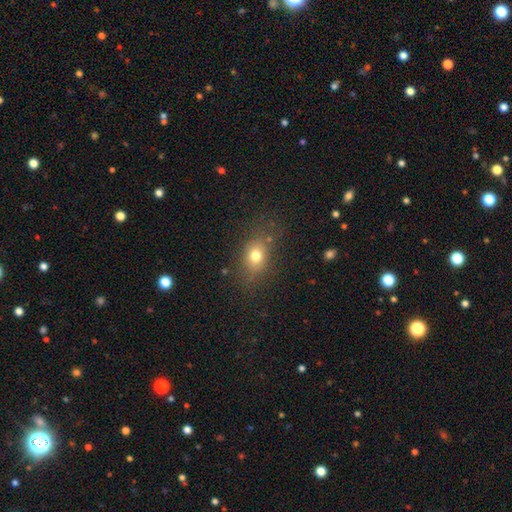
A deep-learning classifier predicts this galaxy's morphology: Overall: smooth (75%). How rounded: in between (55%; round 43%). Merging: none (74%).